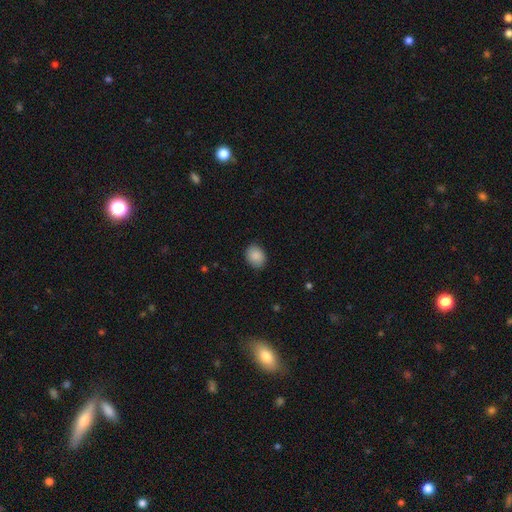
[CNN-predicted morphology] smooth_or_featured: smooth (p=0.89) [alt: star or artifact p=0.07]
how_rounded: in between (p=0.55) [alt: round p=0.44]
merging: none (p=0.86) [alt: minor disturbance p=0.11]